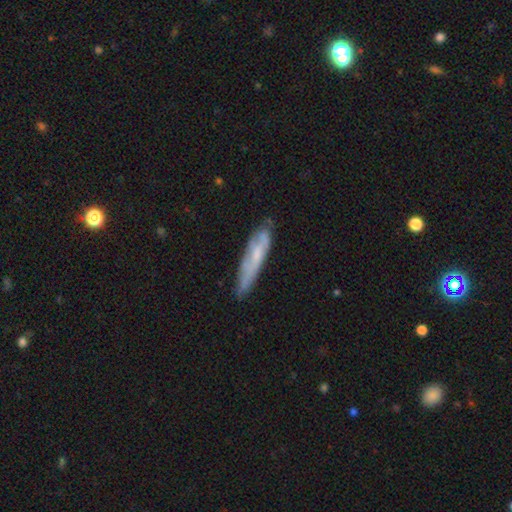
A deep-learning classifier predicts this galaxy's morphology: A featured or disk galaxy (48%).

Vote fractions:
- Smooth or featured? featured or disk: 48% / smooth: 45% / star or artifact: 7%
- Merging? none: 63% / minor disturbance: 27% / major disturbance: 7% / merger: 2%